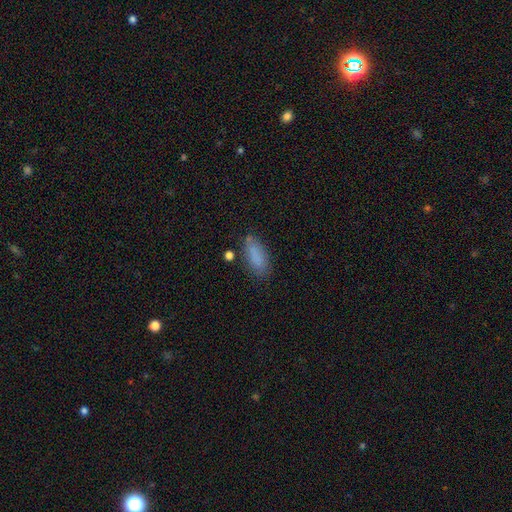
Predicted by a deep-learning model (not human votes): This appears to be a smooth galaxy with no disk features (83%) that is in between round and cigar-shaped (75%). Merging: none (73%).